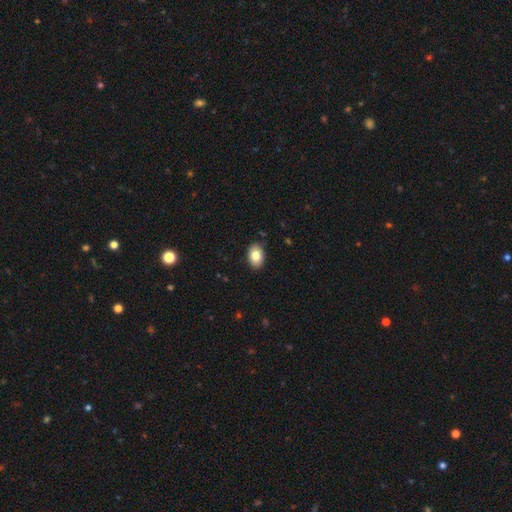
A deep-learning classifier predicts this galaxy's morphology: A smooth galaxy with no disk features (83%) that is in between round and cigar-shaped (87%). Merging: none (88%).